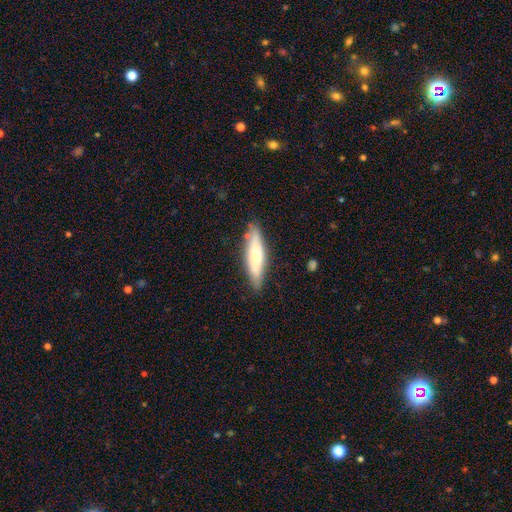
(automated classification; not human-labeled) A smooth galaxy with no disk features (56%) that is cigar-shaped (65%).

Vote fractions:
- Smooth or featured? smooth: 56% / featured or disk: 38% / star or artifact: 6%
- How rounded? cigar-shaped: 65% / in between: 33% / round: 2%
- Merging? none: 82% / minor disturbance: 13% / major disturbance: 2% / merger: 2%